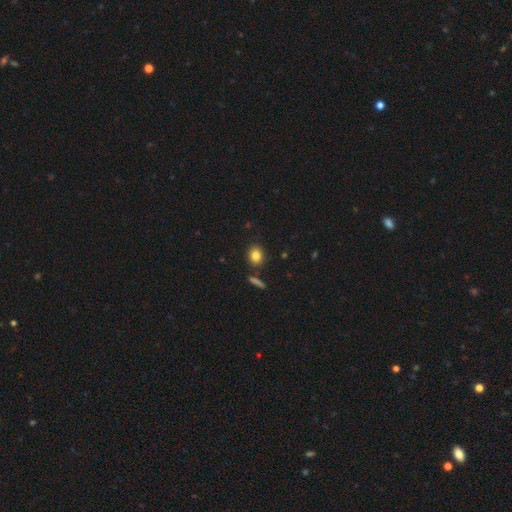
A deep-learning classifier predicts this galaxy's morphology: Overall: smooth (83%). How rounded: round (55%; in between 43%). Merging: none (85%).